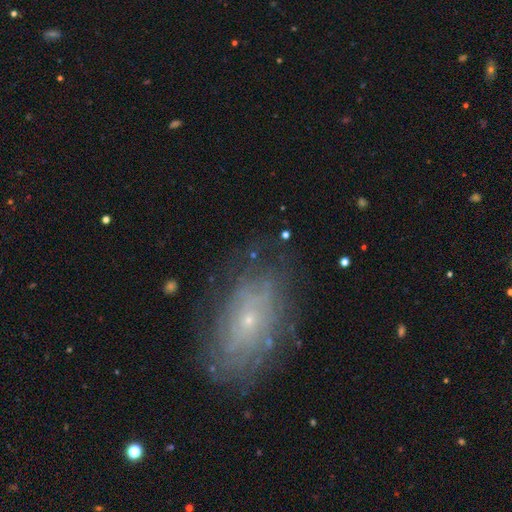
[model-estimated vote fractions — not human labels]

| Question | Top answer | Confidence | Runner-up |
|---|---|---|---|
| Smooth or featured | featured or disk | 51% | smooth (33%) |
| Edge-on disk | no | 90% | yes (10%) |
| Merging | none | 80% | minor disturbance (14%) |